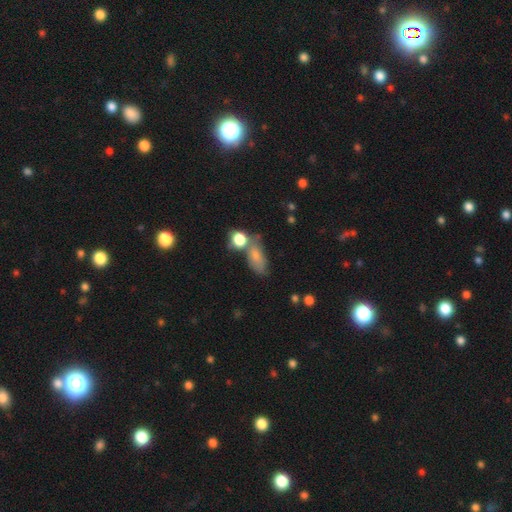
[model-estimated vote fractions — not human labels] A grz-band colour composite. It shows a smooth galaxy with no disk features (72%) that is in between round and cigar-shaped (78%). Merging: none (38%).